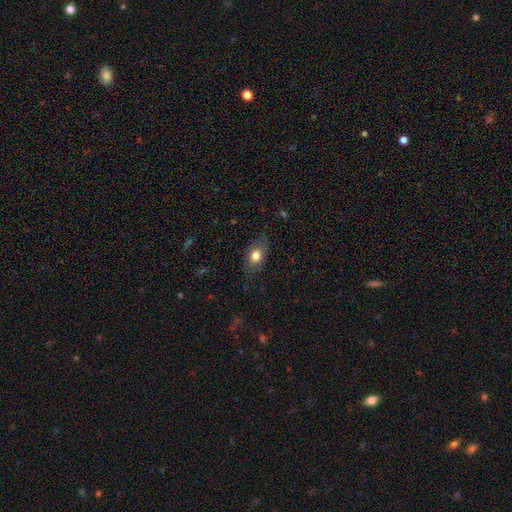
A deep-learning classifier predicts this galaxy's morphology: smooth_or_featured: smooth (p=0.76) [alt: featured or disk p=0.16]
how_rounded: in between (p=0.77) [alt: round p=0.19]
merging: none (p=0.73) [alt: minor disturbance p=0.20]